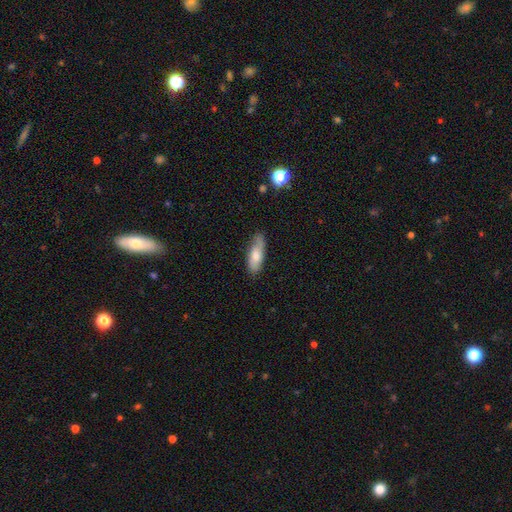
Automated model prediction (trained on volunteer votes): smooth-or-featured: smooth: 71% | featured or disk: 22% | star or artifact: 6%
  how-rounded: in between: 61% | cigar-shaped: 37% | round: 2%
  merging: none: 71% | minor disturbance: 23% | major disturbance: 4% | merger: 2%